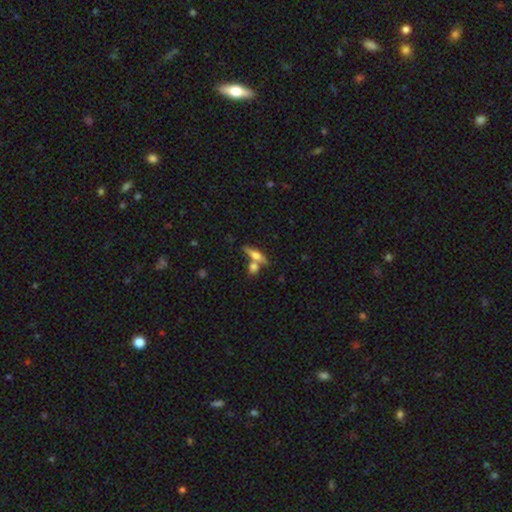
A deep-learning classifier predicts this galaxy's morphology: featured or disk 47%, smooth 44%, star or artifact 8%. Down the decision tree: merging — none (59%).